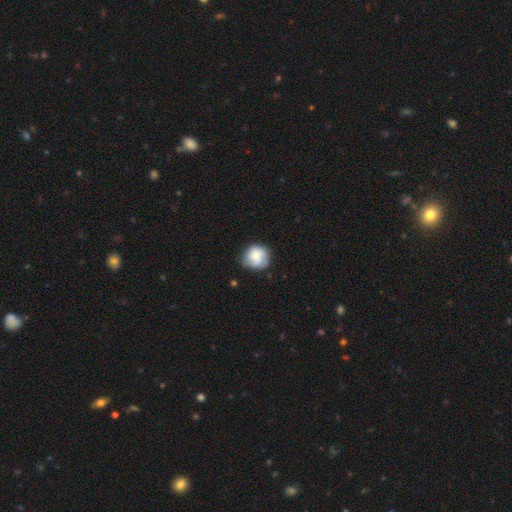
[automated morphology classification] smooth_or_featured: smooth (p=0.74) [alt: featured or disk p=0.18]
how_rounded: round (p=0.87) [alt: in between p=0.12]
merging: none (p=0.68) [alt: minor disturbance p=0.25]